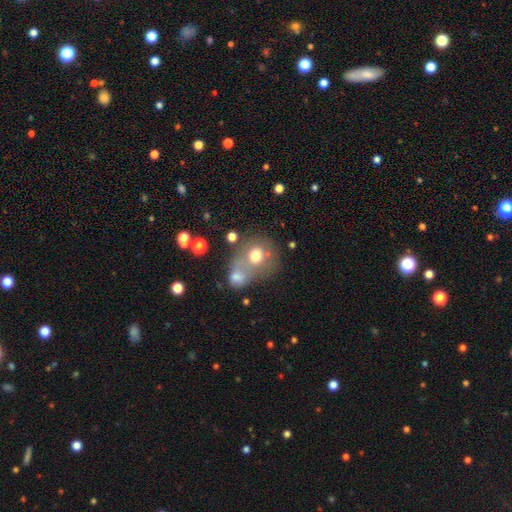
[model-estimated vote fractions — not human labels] This is likely a smooth galaxy (68%). How rounded: likely round (75%). Merging: possibly merger (47%).